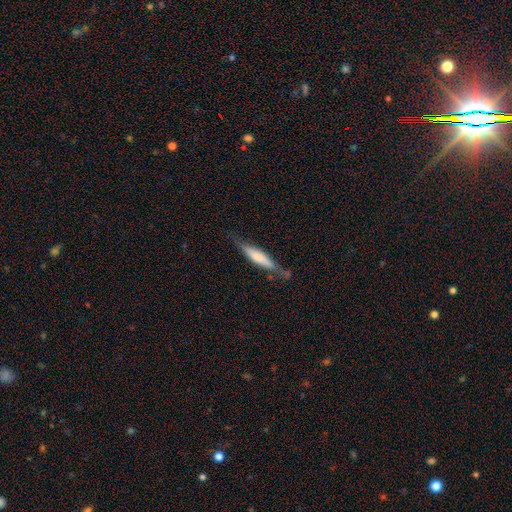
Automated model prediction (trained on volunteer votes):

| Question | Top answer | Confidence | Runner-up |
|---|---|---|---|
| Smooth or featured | smooth | 49% | featured or disk (45%) |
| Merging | none | 71% | minor disturbance (20%) |